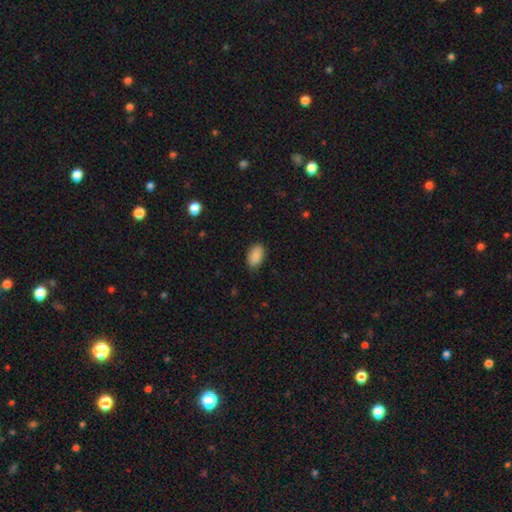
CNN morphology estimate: This is clearly a smooth galaxy (89%). How rounded: clearly in between (93%). Merging: clearly none (86%).